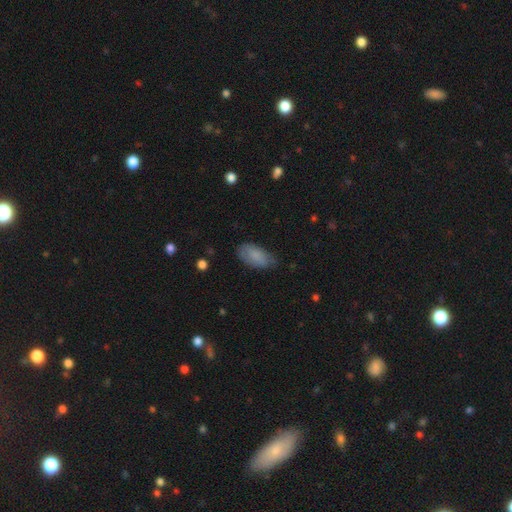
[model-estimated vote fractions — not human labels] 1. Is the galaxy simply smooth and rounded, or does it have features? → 84% smooth, 9% featured or disk, 7% star or artifact.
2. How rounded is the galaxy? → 93% in between, 4% cigar-shaped, 3% round.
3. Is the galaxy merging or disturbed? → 69% none, 24% minor disturbance, 5% major disturbance, 1% merger.